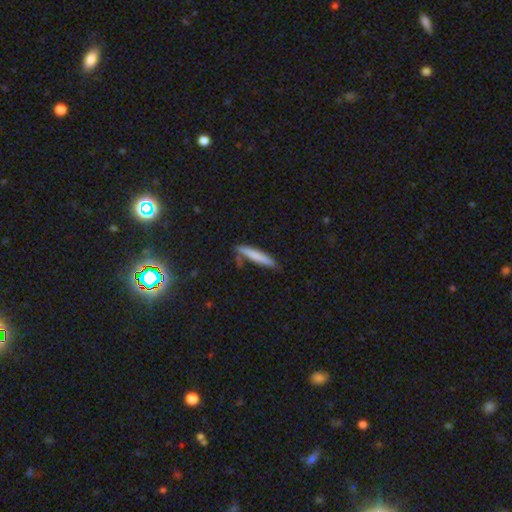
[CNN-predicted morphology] A smooth galaxy with no disk features (76%) that is cigar-shaped (93%).

Vote fractions:
- Smooth or featured? smooth: 76% / featured or disk: 18% / star or artifact: 6%
- How rounded? cigar-shaped: 93% / in between: 6% / round: 1%
- Merging? none: 76% / minor disturbance: 15% / merger: 5% / major disturbance: 3%